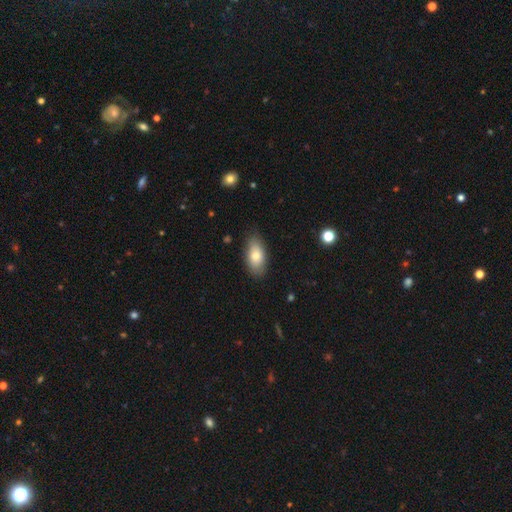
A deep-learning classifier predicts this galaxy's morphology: Smooth or featured? smooth (78%)
How rounded? in between (90%)
Merging? none (83%)